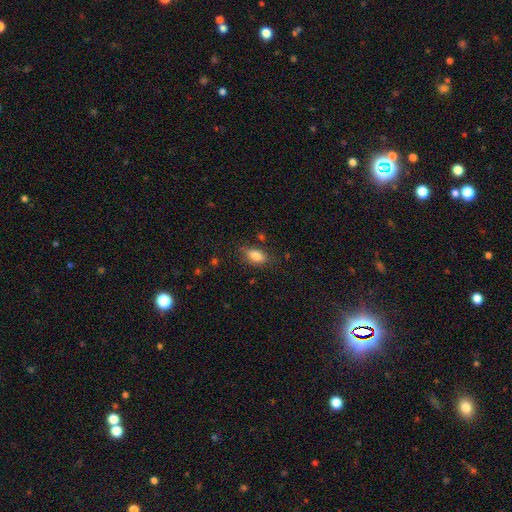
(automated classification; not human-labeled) Smooth or featured? Predicted: smooth (p=0.82). How rounded? Predicted: in between (p=0.86). Merging? Predicted: none (p=0.73).